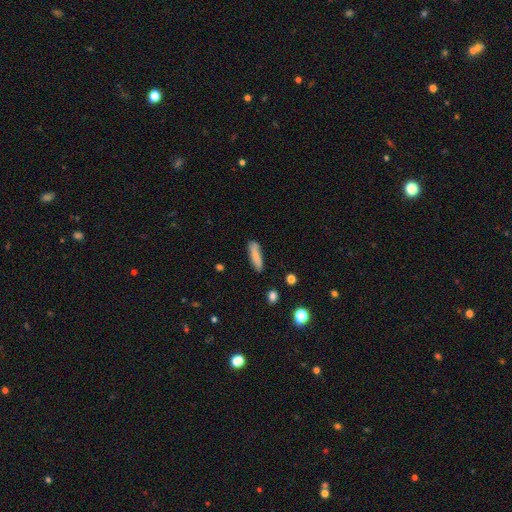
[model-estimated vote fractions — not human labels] Smooth or featured: smooth — 82% (featured or disk — 11%)
How rounded: cigar-shaped — 70% (in between — 29%)
Merging: none — 78% (minor disturbance — 17%)